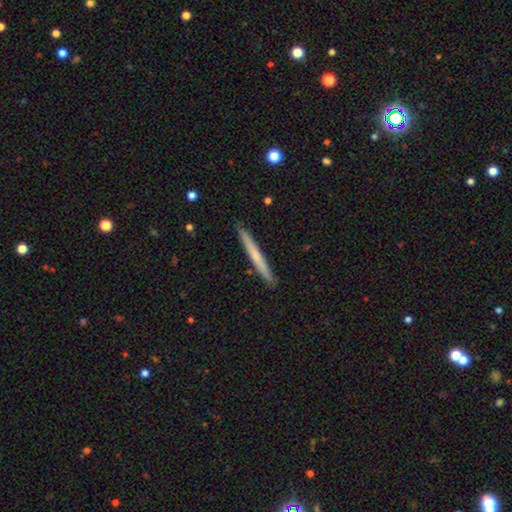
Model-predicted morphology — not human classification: type=smooth (61%); roundness=cigar-shaped (97%); merging=none (92%).